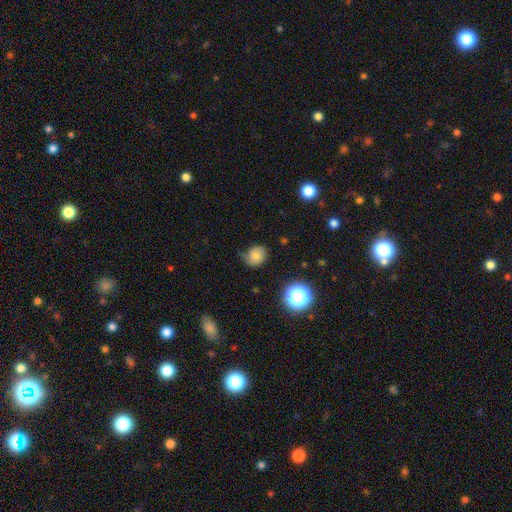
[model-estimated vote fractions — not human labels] This is likely a smooth galaxy (75%). How rounded: likely round (71%). Merging: likely none (64%).